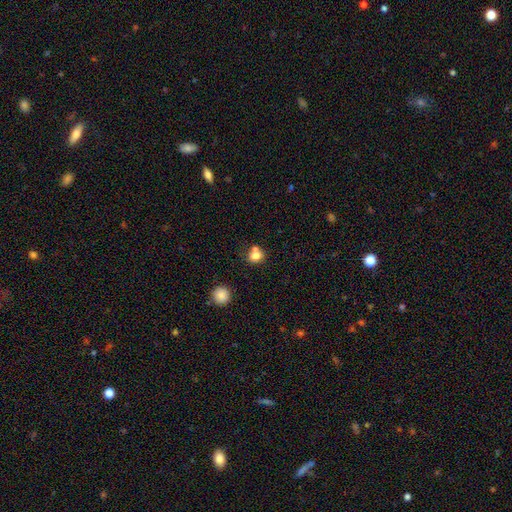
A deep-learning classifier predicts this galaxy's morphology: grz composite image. It shows a smooth galaxy with no disk features (77%) that is round (69%). Merging: none (49%).